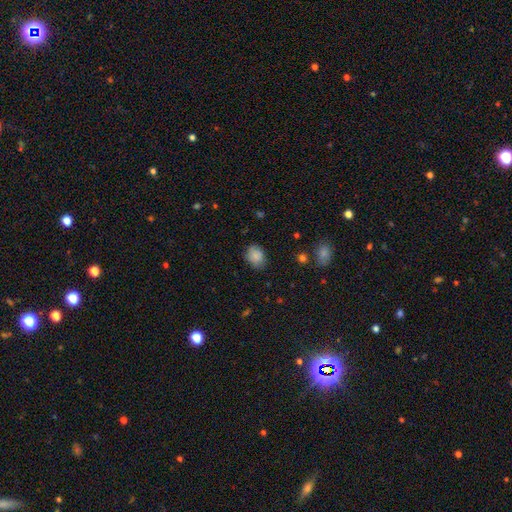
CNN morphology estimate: Smooth or featured? smooth (86%)
How rounded? in between (57%)
Merging? none (79%)